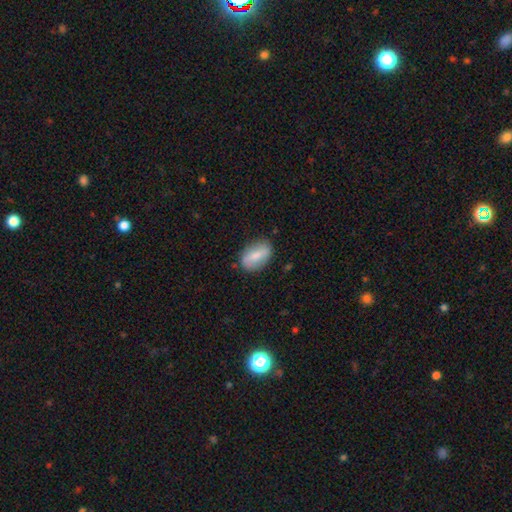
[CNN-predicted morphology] Smooth or featured? smooth (69%)
How rounded? in between (89%)
Merging? none (78%)